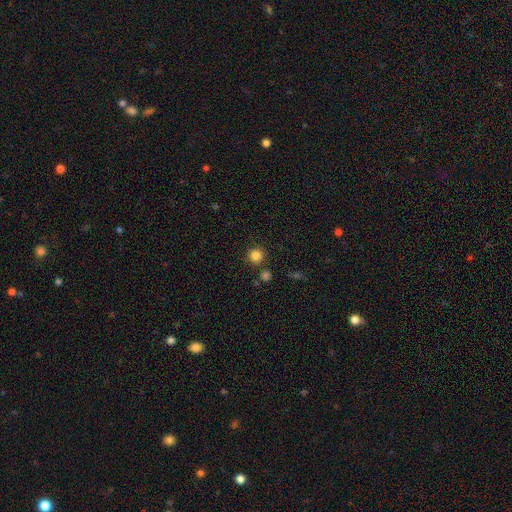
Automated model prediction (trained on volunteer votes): Smooth or featured: smooth — 84% (star or artifact — 12%)
How rounded: round — 94% (in between — 5%)
Merging: none — 86% (minor disturbance — 7%)